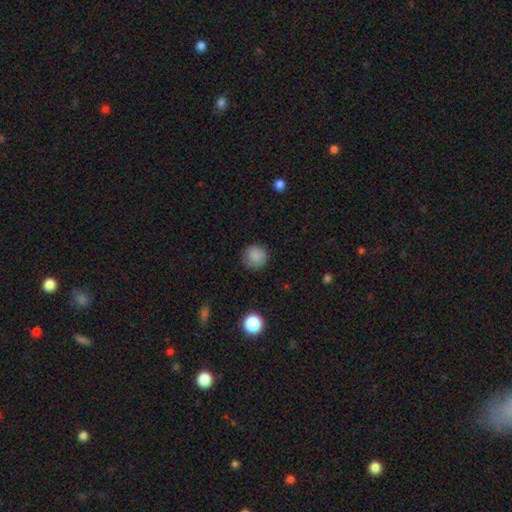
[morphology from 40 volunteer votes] Smooth or featured? smooth (88%)
How rounded? round (100%)
Merging? none (75%)